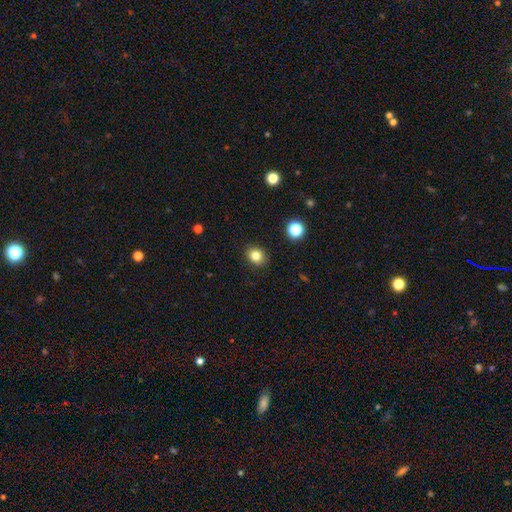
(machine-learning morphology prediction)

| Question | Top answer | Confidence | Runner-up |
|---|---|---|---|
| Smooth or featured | smooth | 83% | star or artifact (12%) |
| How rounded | round | 65% | in between (35%) |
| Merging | none | 89% | minor disturbance (8%) |